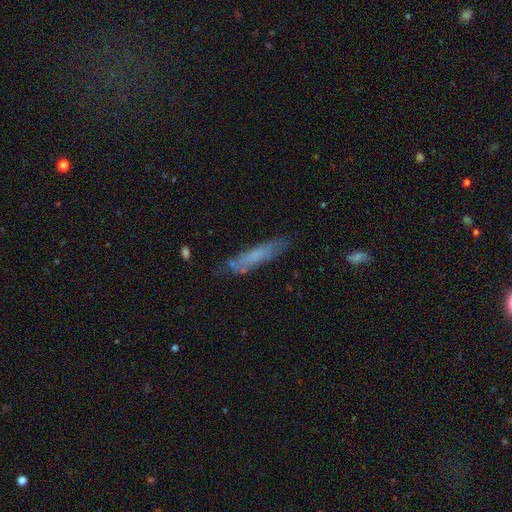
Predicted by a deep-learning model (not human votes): Smooth or featured? smooth (58%)
How rounded? cigar-shaped (81%)
Merging? none (67%)